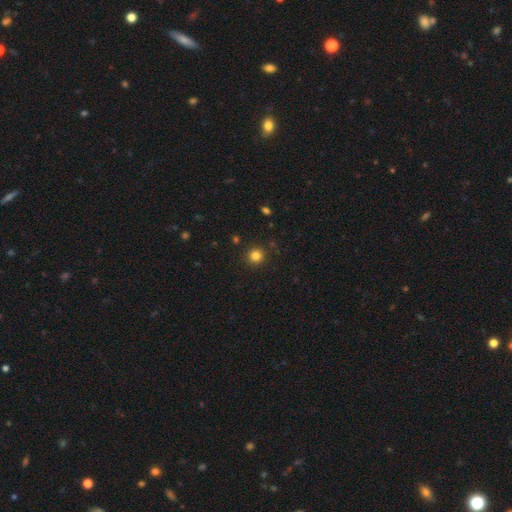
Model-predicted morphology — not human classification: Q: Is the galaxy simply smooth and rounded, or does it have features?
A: smooth — 83%.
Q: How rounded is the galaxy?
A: round — 94%.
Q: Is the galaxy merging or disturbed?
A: none — 91%.